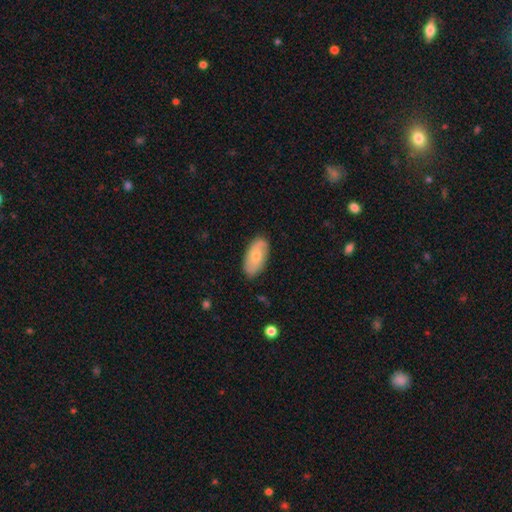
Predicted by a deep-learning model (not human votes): Smooth or featured?
  - smooth: 60% *
  - featured or disk: 34%
  - star or artifact: 6%
How rounded?
  - in between: 93% *
  - cigar-shaped: 5%
  - round: 3%
Merging?
  - none: 82% *
  - minor disturbance: 14%
  - major disturbance: 3%
  - merger: 1%